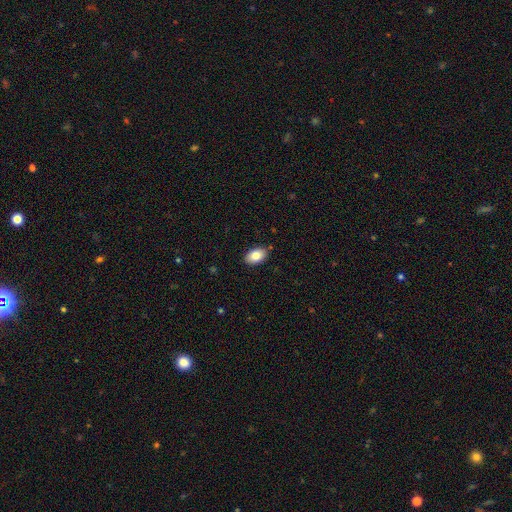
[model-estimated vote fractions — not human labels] smooth_or_featured: smooth (p=0.83) [alt: featured or disk p=0.10]
how_rounded: in between (p=0.91) [alt: round p=0.08]
merging: none (p=0.88) [alt: minor disturbance p=0.09]